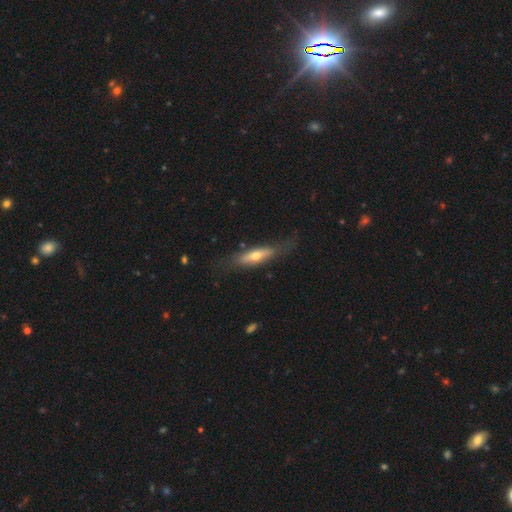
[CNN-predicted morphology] This appears to be a featured or disk galaxy (48%). Merging: none (68%).